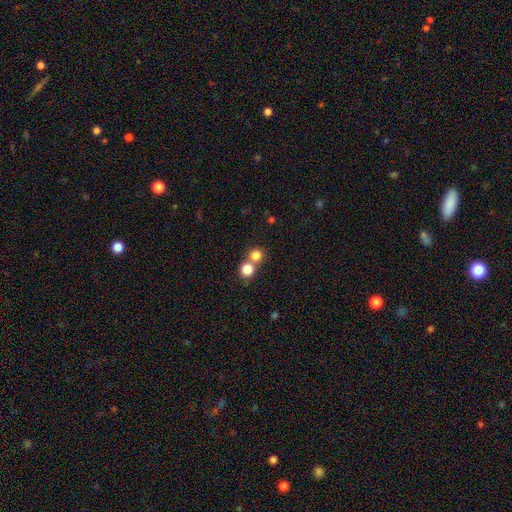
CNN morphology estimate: A smooth galaxy with no disk features (80%) that is round (89%). Merging: none (48%).